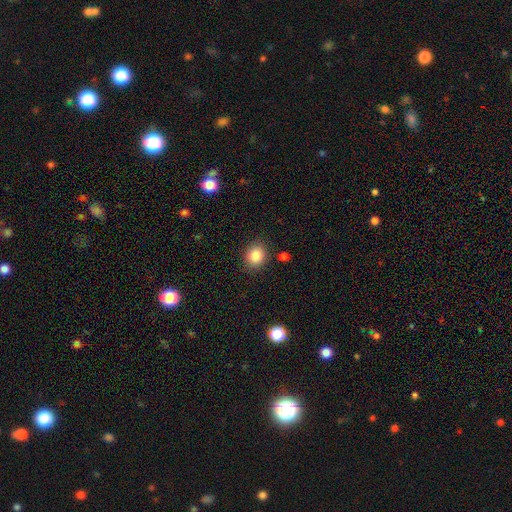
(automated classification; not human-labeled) Smooth or featured?
  - smooth: 85% *
  - star or artifact: 10%
  - featured or disk: 5%
How rounded?
  - round: 68% *
  - in between: 31%
  - cigar-shaped: 1%
Merging?
  - none: 86% *
  - minor disturbance: 9%
  - major disturbance: 3%
  - merger: 2%